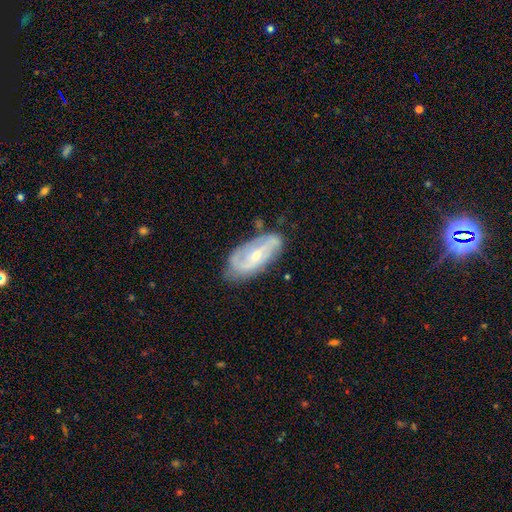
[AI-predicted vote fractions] smooth-or-featured: featured or disk: 78% | smooth: 16% | star or artifact: 6%
  disk-edge-on: no: 93% | yes: 7%
    bar: weak: 45% | no: 35% | strong: 20%
    has-spiral-arms: yes: 91% | no: 9%
      spiral-winding: medium: 43% | loose: 29% | tight: 28%
      spiral-arm-count: 2: 73% | can't tell: 14% | 3: 5% | 1: 4% | 4: 2% | more than 4: 2%
    bulge-size: small: 57% | moderate: 39% | none: 2% | large: 2% | dominant: 1%
  merging: none: 72% | minor disturbance: 20% | major disturbance: 6% | merger: 2%